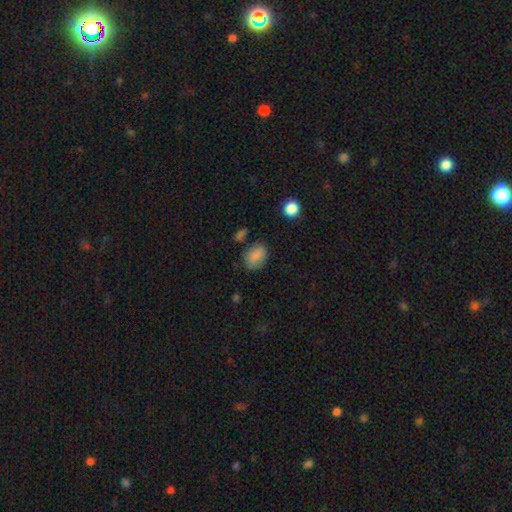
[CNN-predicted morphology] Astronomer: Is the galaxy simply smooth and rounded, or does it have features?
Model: smooth — 83%.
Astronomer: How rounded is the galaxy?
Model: in between — 72%.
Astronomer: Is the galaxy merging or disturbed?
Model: none — 72%.